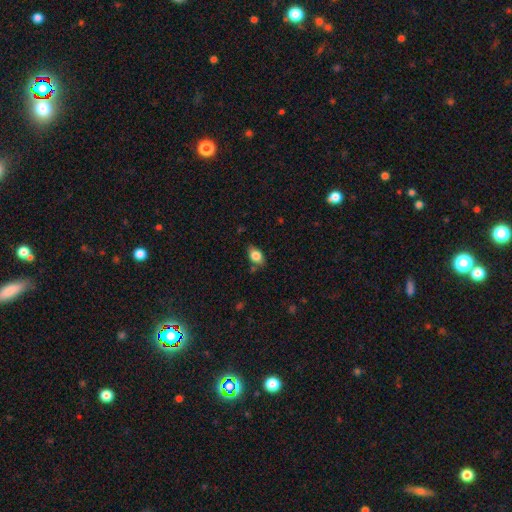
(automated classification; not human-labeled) Overall: smooth (82%). How rounded: in between (84%). Merging: none (75%).